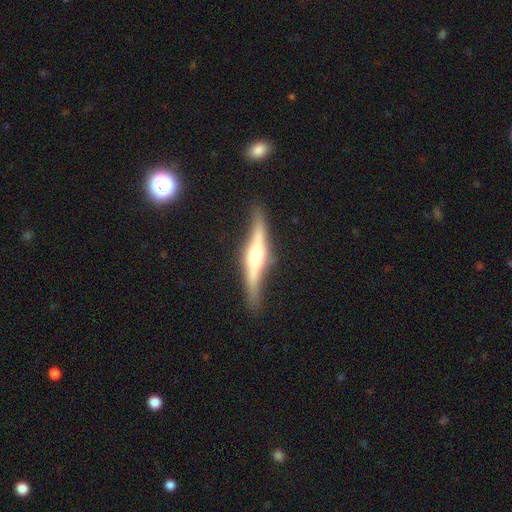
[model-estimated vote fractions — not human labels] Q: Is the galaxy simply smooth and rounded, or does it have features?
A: featured or disk — 74%.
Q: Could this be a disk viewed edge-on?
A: yes — 94%.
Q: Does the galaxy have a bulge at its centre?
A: rounded — 82%.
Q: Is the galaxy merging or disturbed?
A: none — 80%.